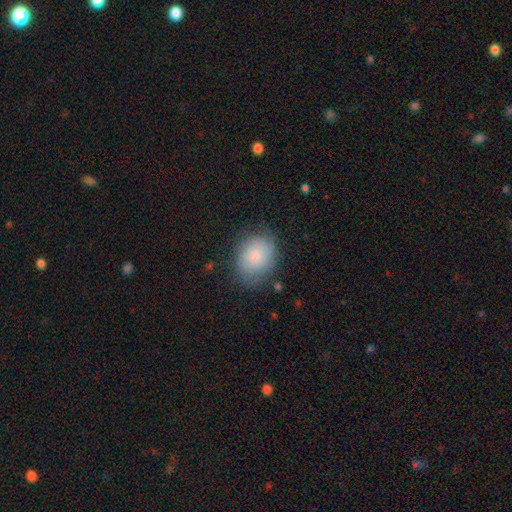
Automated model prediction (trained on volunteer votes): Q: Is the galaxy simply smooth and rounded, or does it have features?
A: smooth — 78%.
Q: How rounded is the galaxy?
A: in between — 54%.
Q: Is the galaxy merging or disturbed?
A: none — 73%.